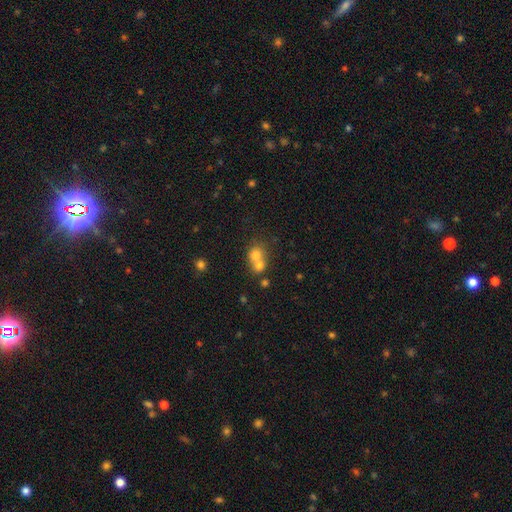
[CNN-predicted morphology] Overall: smooth (72%). How rounded: round (76%). Merging: merger (62%; none 30%).